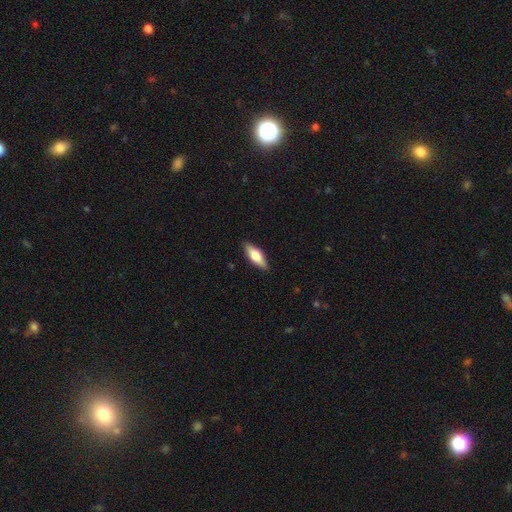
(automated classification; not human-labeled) Smooth or featured? Predicted: smooth (p=0.60). How rounded? Predicted: in between (p=0.64). Merging? Predicted: none (p=0.88).